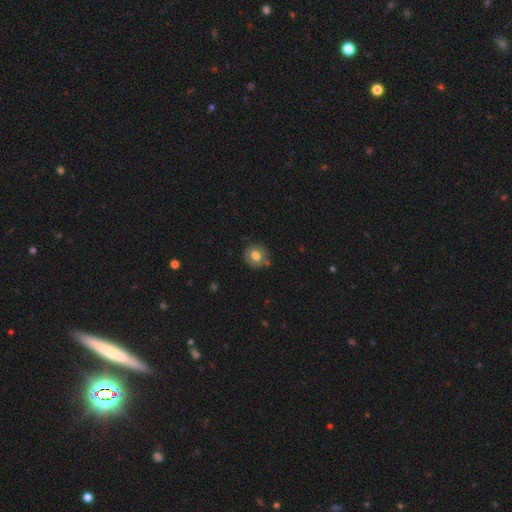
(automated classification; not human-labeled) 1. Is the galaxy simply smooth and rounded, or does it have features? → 71% smooth, 20% featured or disk, 9% star or artifact.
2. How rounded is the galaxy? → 77% round, 22% in between, 1% cigar-shaped.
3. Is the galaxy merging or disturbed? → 74% none, 18% minor disturbance, 4% major disturbance, 3% merger.